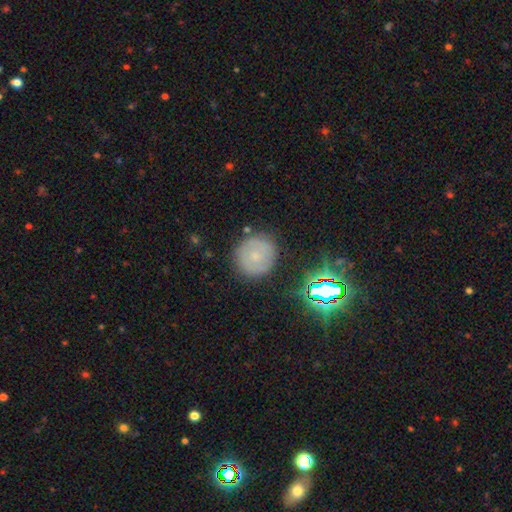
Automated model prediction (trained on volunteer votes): A smooth galaxy with no disk features (58%) that is round (90%). Merging: none (84%).